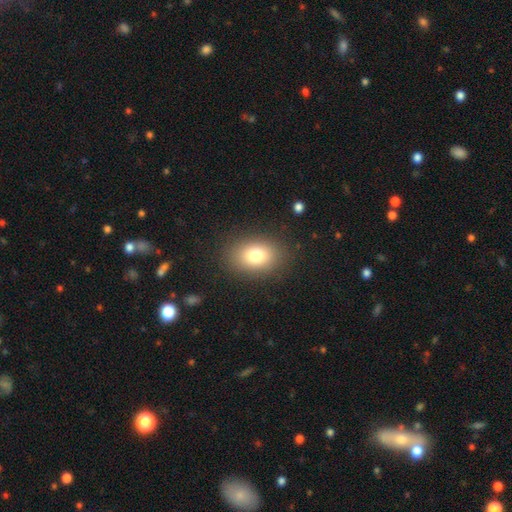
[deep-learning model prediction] The model was most divided on "how rounded": in between: 73%, round: 26%, cigar-shaped: 1%. More confident: merging — none (86%); smooth or featured — smooth (79%).